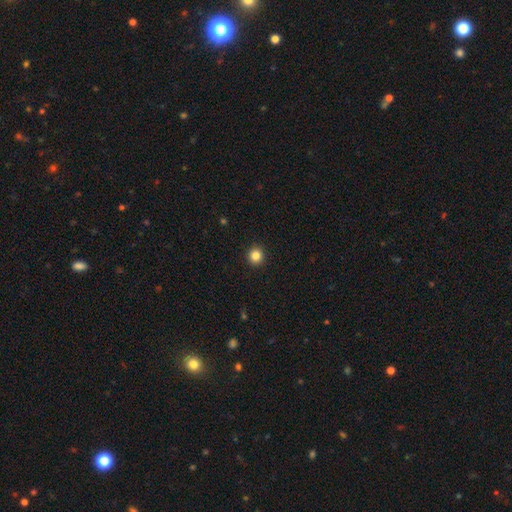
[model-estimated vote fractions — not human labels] Smooth or featured?
  - smooth: 85% *
  - star or artifact: 11%
  - featured or disk: 4%
How rounded?
  - round: 93% *
  - in between: 6%
  - cigar-shaped: 1%
Merging?
  - none: 93% *
  - minor disturbance: 4%
  - major disturbance: 2%
  - merger: 1%